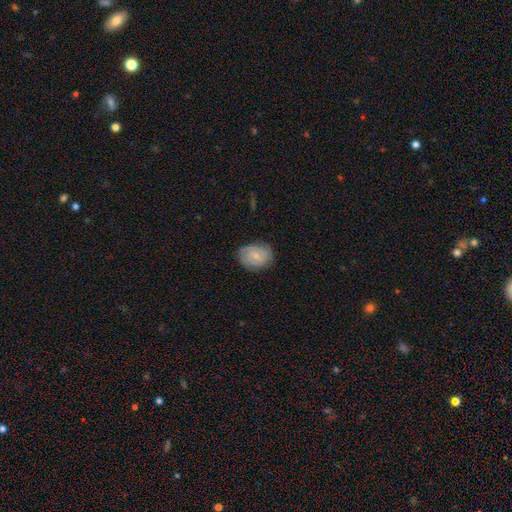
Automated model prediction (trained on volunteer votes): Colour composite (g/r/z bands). It shows a featured or disk galaxy (51%). Merging: none (76%).